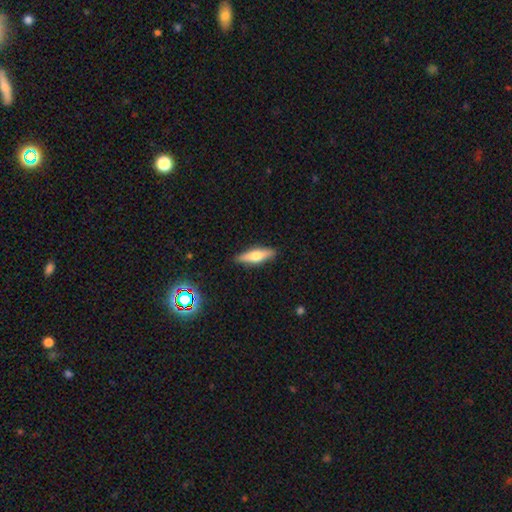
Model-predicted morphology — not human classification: Smooth or featured: smooth — 52% (featured or disk — 42%)
How rounded: cigar-shaped — 59% (in between — 38%)
Merging: none — 88% (minor disturbance — 9%)